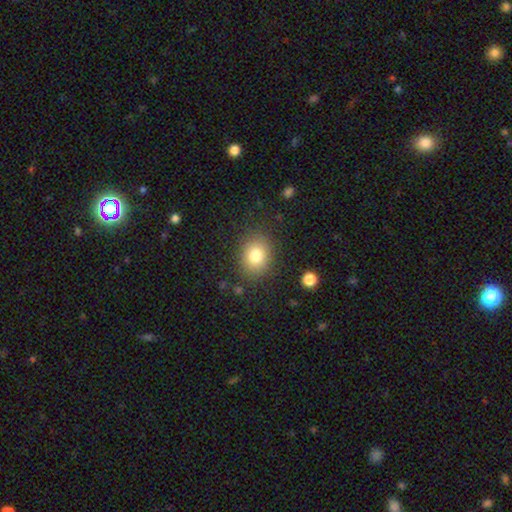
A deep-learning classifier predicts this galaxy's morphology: smooth-or-featured: smooth: 80% | star or artifact: 11% | featured or disk: 9%
  how-rounded: round: 54% | in between: 45% | cigar-shaped: 1%
  merging: none: 84% | minor disturbance: 11% | major disturbance: 4% | merger: 2%